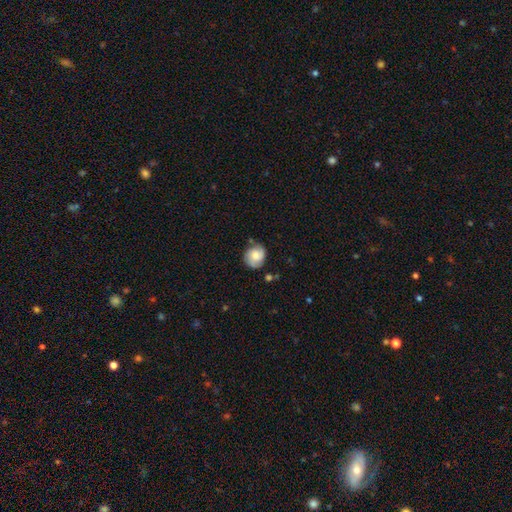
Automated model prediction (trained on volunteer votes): Smooth or featured: smooth — 51% (featured or disk — 40%)
How rounded: round — 77% (in between — 22%)
Merging: none — 68% (minor disturbance — 22%)